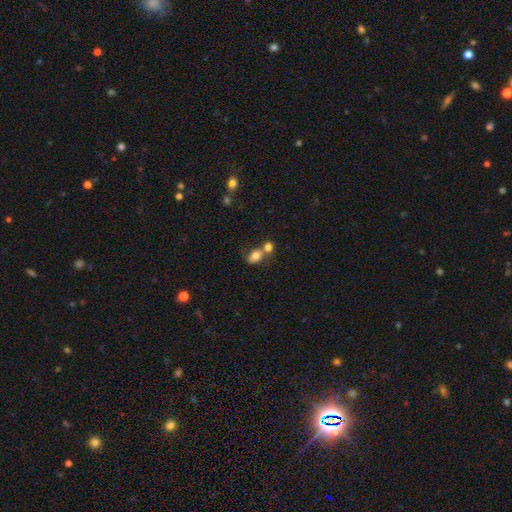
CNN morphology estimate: smooth-or-featured: smooth: 78% | featured or disk: 12% | star or artifact: 10%
  how-rounded: in between: 65% | round: 33% | cigar-shaped: 2%
  merging: merger: 53% | none: 33% | minor disturbance: 10% | major disturbance: 4%